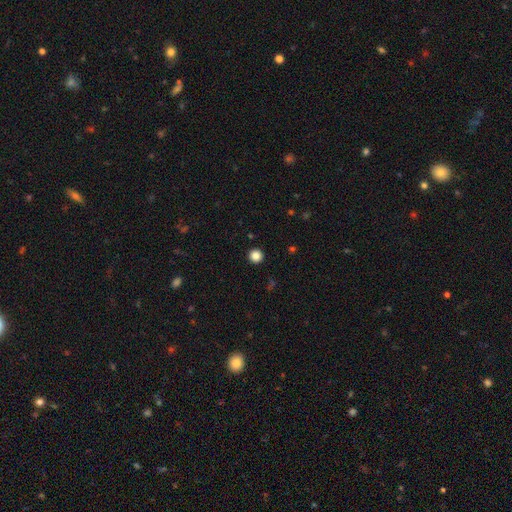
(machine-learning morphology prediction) This appears to be a smooth galaxy with no disk features (85%) that is round (96%). Merging: none (94%).